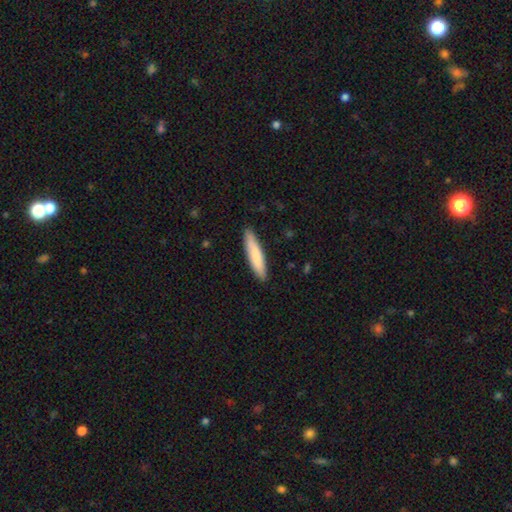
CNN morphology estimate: smooth-or-featured: smooth: 81% | featured or disk: 14% | star or artifact: 5%
  how-rounded: cigar-shaped: 84% | in between: 15% | round: 1%
  merging: none: 88% | minor disturbance: 9% | major disturbance: 2% | merger: 1%